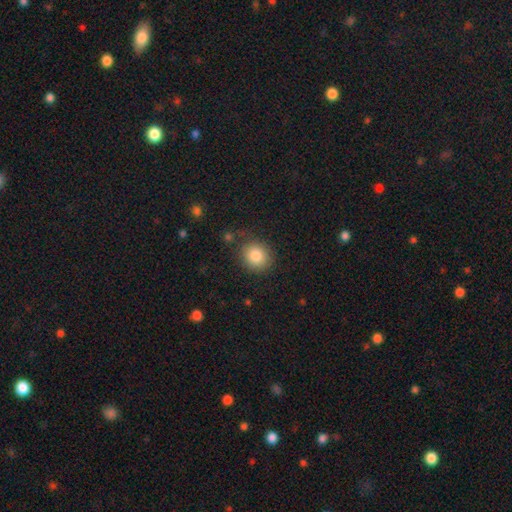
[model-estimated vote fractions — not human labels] A smooth galaxy with no disk features (84%) that is round (77%). Merging: none (78%).